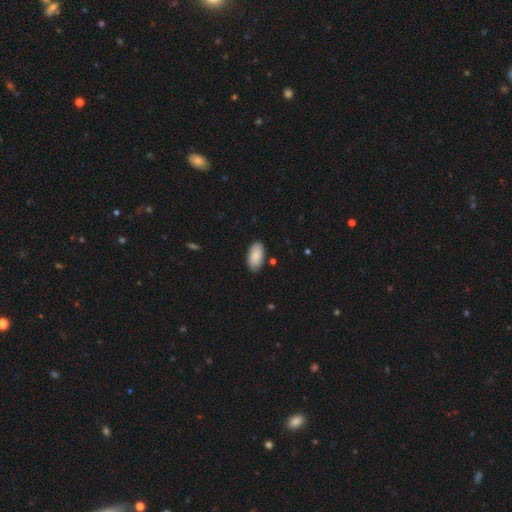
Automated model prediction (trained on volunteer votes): Q: Smooth or featured?
A: smooth (87%); runner-up: featured or disk (7%)
Q: How rounded?
A: in between (95%); runner-up: cigar-shaped (3%)
Q: Merging?
A: none (84%); runner-up: minor disturbance (12%)